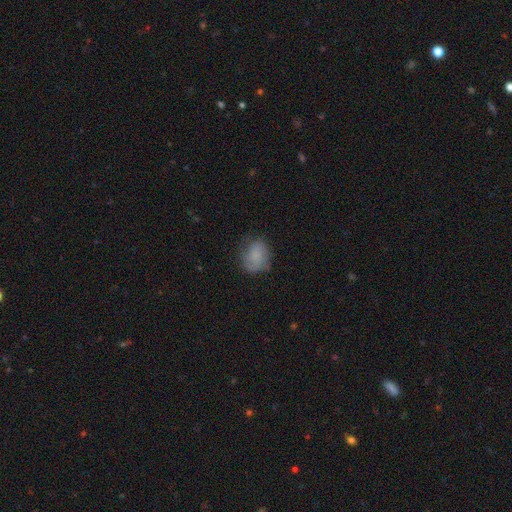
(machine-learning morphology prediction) type=smooth (71%); roundness=round (52%); merging=none (60%).